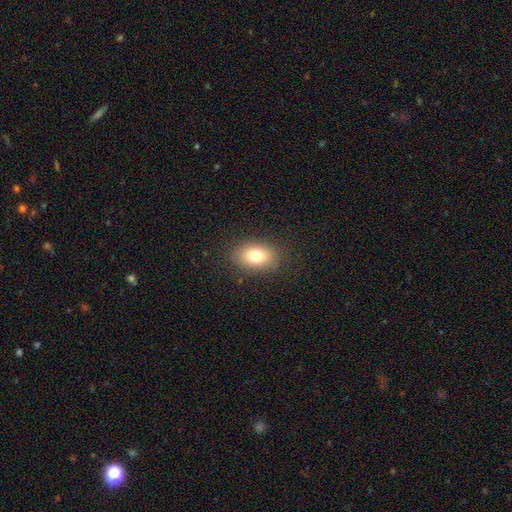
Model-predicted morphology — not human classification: This is likely a smooth galaxy (77%). How rounded: likely in between (79%). Merging: clearly none (86%).